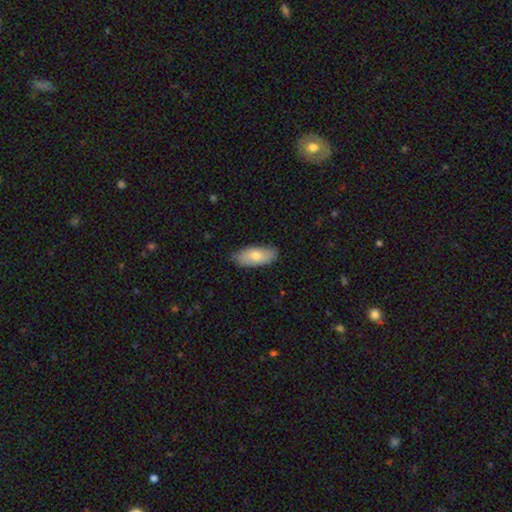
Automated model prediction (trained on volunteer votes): smooth-or-featured: smooth: 75% | featured or disk: 19% | star or artifact: 6%
  how-rounded: in between: 85% | cigar-shaped: 12% | round: 2%
  merging: none: 81% | minor disturbance: 15% | major disturbance: 2% | merger: 1%